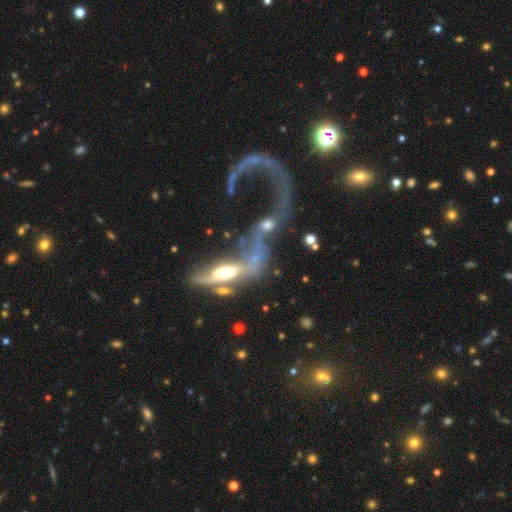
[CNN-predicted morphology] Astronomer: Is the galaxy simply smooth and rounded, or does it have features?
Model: featured or disk — 65%.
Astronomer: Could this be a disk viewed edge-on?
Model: no — 71%.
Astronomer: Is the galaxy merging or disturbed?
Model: merger — 55%.